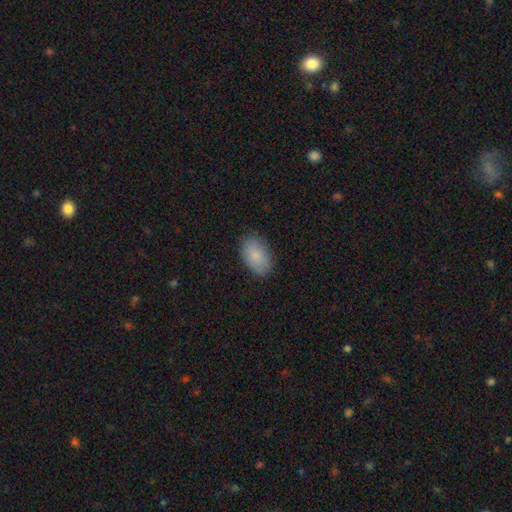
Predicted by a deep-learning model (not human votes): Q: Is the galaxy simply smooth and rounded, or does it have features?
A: smooth — 87%.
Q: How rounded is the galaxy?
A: in between — 92%.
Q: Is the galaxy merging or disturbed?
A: none — 87%.